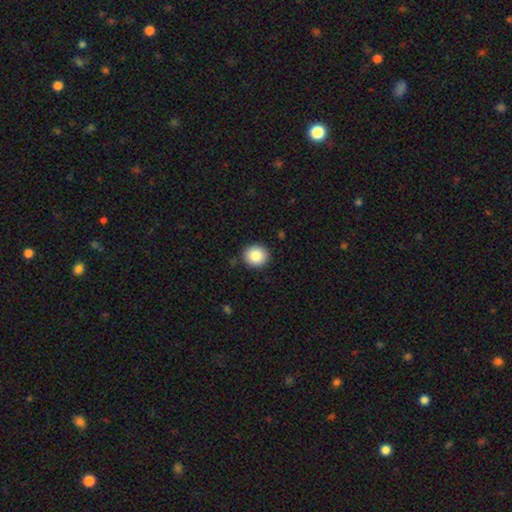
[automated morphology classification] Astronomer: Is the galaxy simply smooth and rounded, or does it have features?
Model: smooth — 85%.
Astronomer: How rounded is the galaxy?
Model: round — 90%.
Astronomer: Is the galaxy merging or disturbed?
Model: none — 90%.